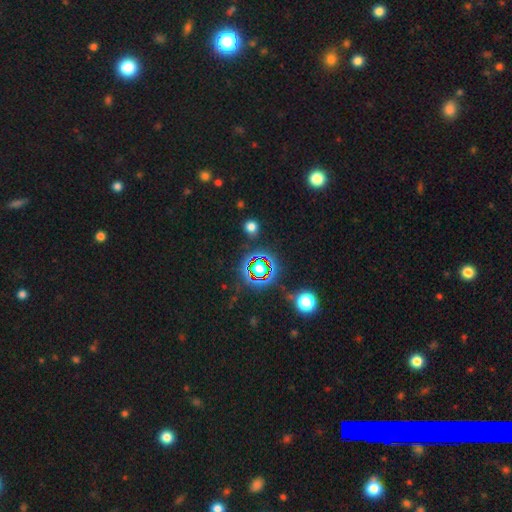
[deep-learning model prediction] Overall: star or artifact (76%).